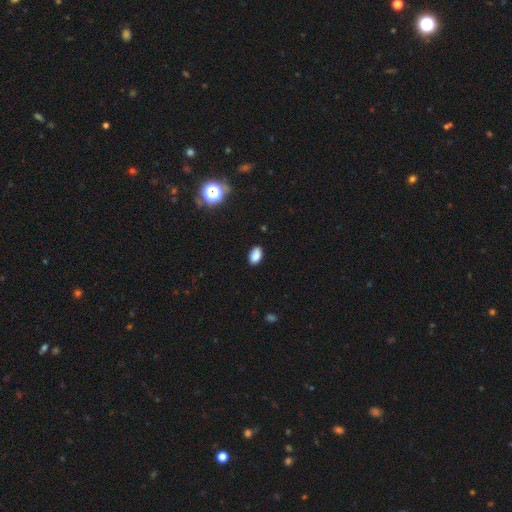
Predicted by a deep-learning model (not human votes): Smooth or featured?
  - smooth: 85% *
  - star or artifact: 11%
  - featured or disk: 4%
How rounded?
  - in between: 90% *
  - round: 8%
  - cigar-shaped: 2%
Merging?
  - none: 85% *
  - minor disturbance: 12%
  - major disturbance: 2%
  - merger: 1%